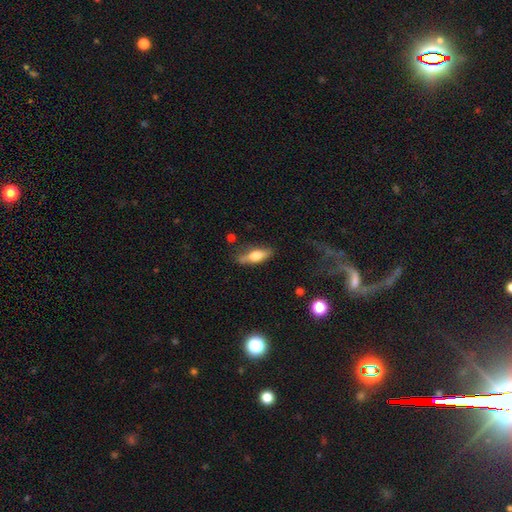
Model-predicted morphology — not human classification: Smooth or featured?
  - smooth: 56% *
  - featured or disk: 37%
  - star or artifact: 7%
How rounded?
  - in between: 49% *
  - cigar-shaped: 48%
  - round: 3%
Merging?
  - none: 73% *
  - minor disturbance: 19%
  - major disturbance: 5%
  - merger: 3%